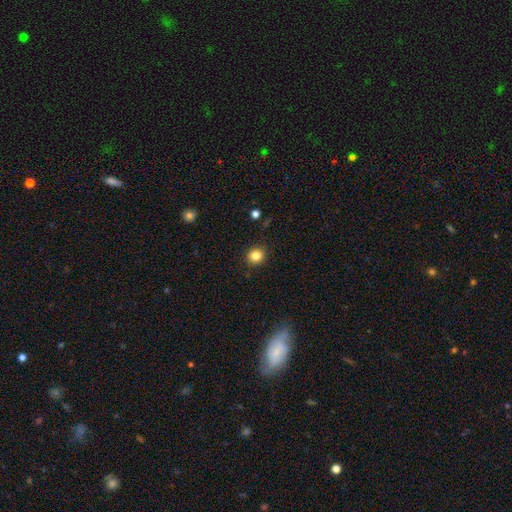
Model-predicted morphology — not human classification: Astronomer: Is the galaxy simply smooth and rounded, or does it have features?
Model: smooth — 83%.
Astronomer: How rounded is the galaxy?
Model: round — 84%.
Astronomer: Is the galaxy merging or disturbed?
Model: none — 90%.